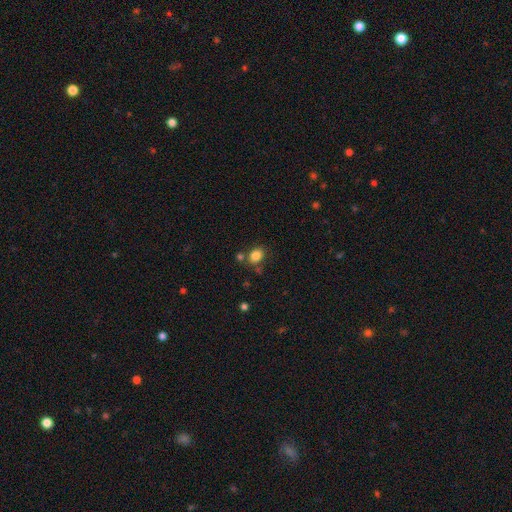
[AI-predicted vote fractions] Q: Smooth or featured?
A: smooth (83%); runner-up: star or artifact (11%)
Q: How rounded?
A: in between (50%); runner-up: round (49%)
Q: Merging?
A: none (70%); runner-up: minor disturbance (14%)